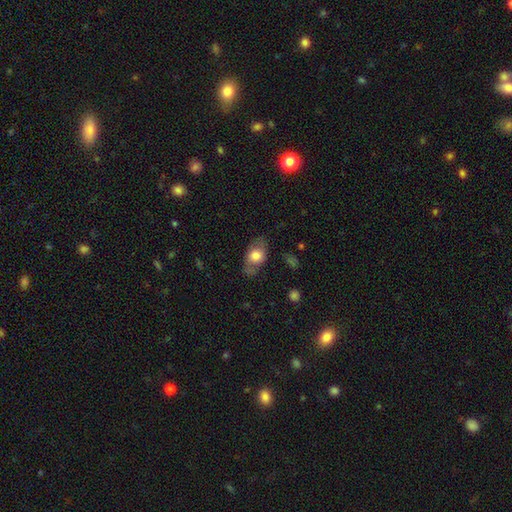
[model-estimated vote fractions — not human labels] smooth 67%, featured or disk 26%, star or artifact 7%. Down the decision tree: how rounded — in between (81%); merging — none (68%).